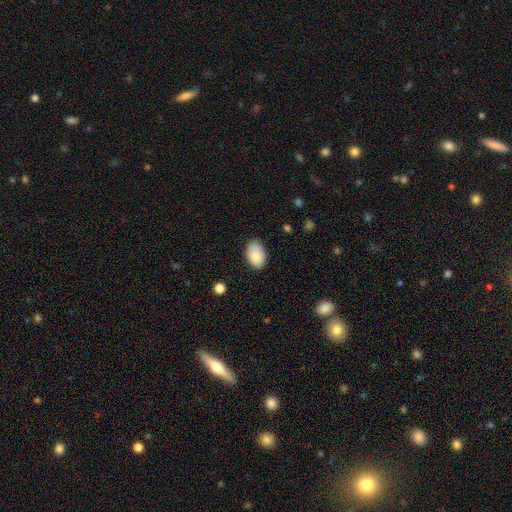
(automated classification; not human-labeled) Overall: smooth (85%). How rounded: in between (89%). Merging: none (76%).